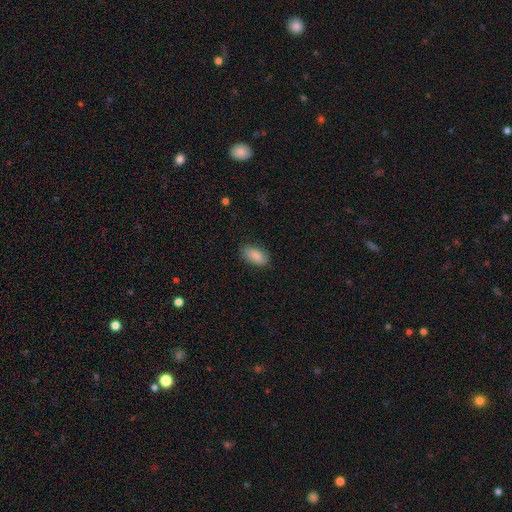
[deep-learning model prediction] Smooth or featured?
  - smooth: 85% *
  - featured or disk: 9%
  - star or artifact: 7%
How rounded?
  - in between: 92% *
  - cigar-shaped: 5%
  - round: 4%
Merging?
  - none: 82% *
  - minor disturbance: 14%
  - major disturbance: 3%
  - merger: 1%